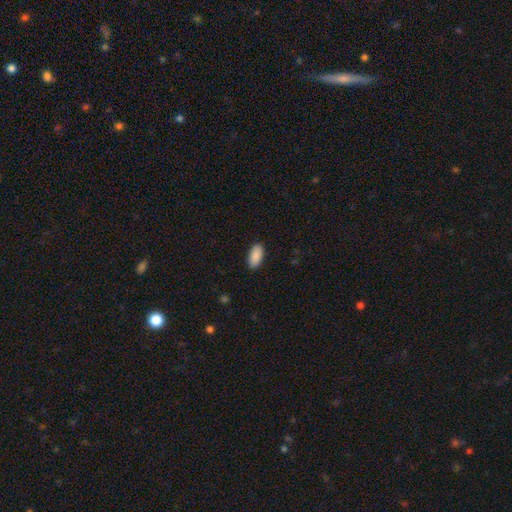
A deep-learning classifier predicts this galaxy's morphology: A smooth galaxy with no disk features (91%) that is in between round and cigar-shaped (92%). Merging: none (90%).